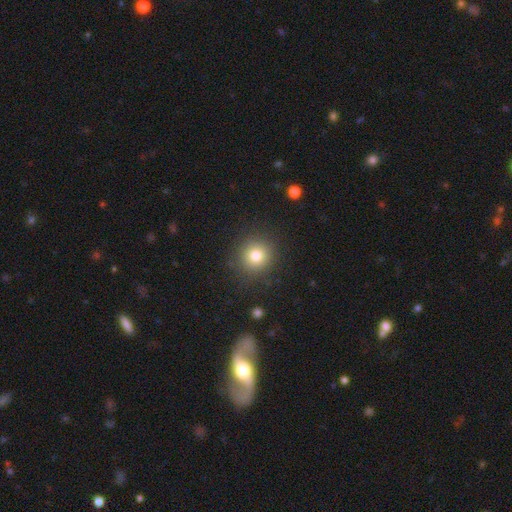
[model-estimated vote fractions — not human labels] Smooth or featured?
  - smooth: 79% *
  - star or artifact: 13%
  - featured or disk: 8%
How rounded?
  - round: 91% *
  - in between: 8%
  - cigar-shaped: 1%
Merging?
  - none: 88% *
  - minor disturbance: 7%
  - major disturbance: 3%
  - merger: 1%